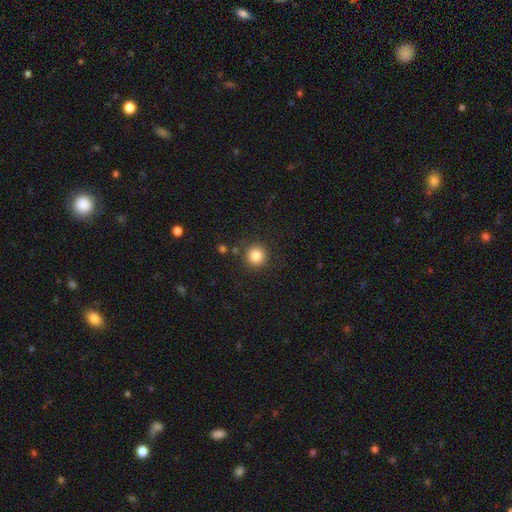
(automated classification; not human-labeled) smooth 84%, star or artifact 11%, featured or disk 5%. Down the decision tree: how rounded — round (94%); merging — none (88%).